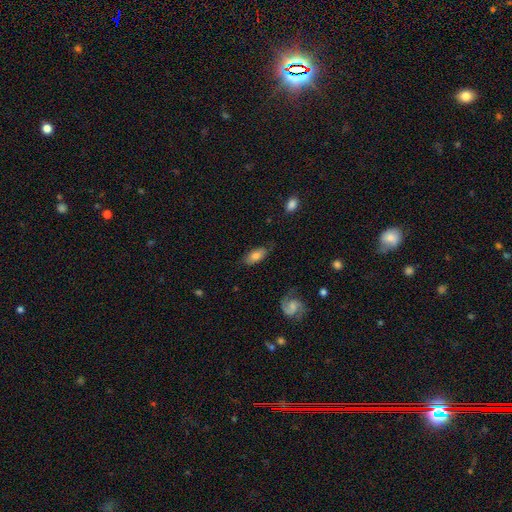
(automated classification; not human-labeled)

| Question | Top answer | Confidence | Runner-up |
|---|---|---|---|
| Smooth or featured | smooth | 70% | featured or disk (24%) |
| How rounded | in between | 87% | cigar-shaped (9%) |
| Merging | none | 73% | minor disturbance (20%) |